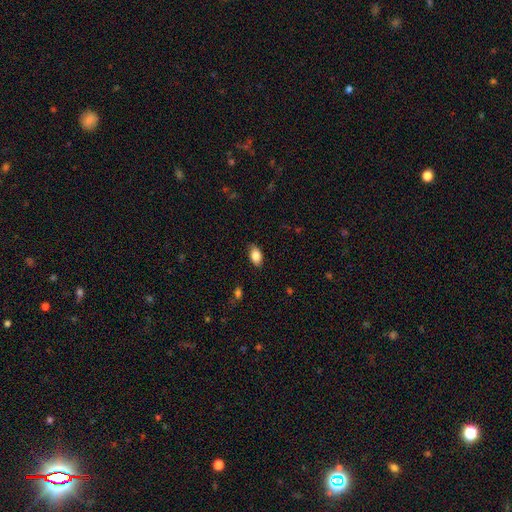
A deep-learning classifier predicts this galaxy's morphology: A smooth galaxy with no disk features (84%) that is in between round and cigar-shaped (90%). Merging: none (83%).